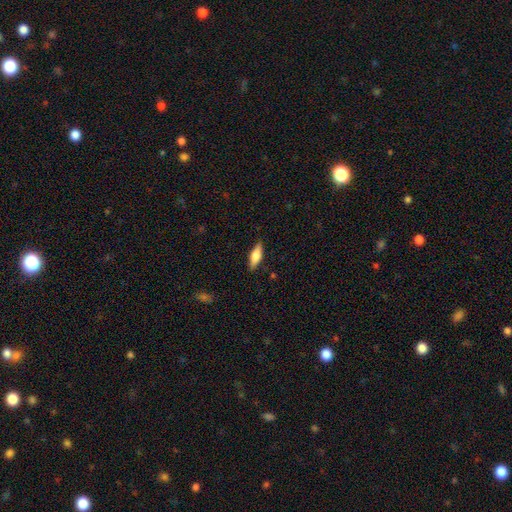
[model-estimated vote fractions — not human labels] The model was most divided on "how rounded": in between: 55%, cigar-shaped: 42%, round: 3%. More confident: merging — none (85%); smooth or featured — smooth (60%).